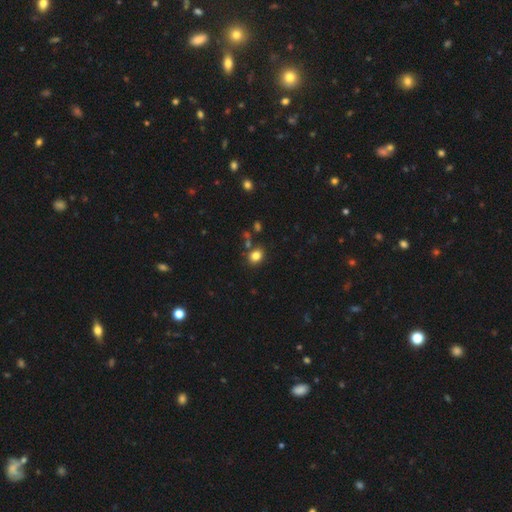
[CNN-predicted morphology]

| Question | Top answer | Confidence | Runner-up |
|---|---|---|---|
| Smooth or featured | smooth | 82% | star or artifact (12%) |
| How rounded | round | 57% | in between (42%) |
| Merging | none | 79% | minor disturbance (11%) |